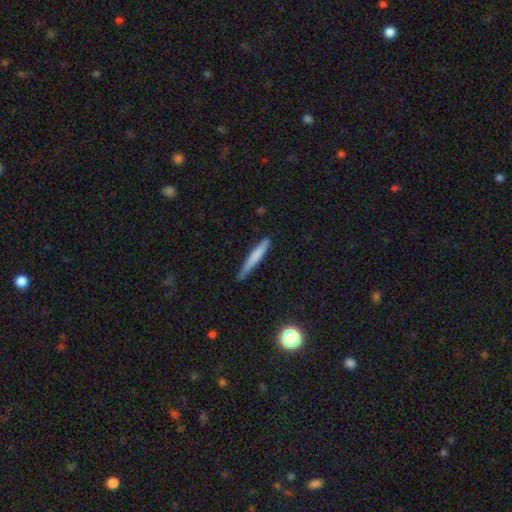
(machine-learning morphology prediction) smooth-or-featured: smooth: 69% | featured or disk: 25% | star or artifact: 6%
  how-rounded: cigar-shaped: 95% | in between: 4% | round: 1%
  merging: none: 81% | minor disturbance: 15% | major disturbance: 2% | merger: 2%